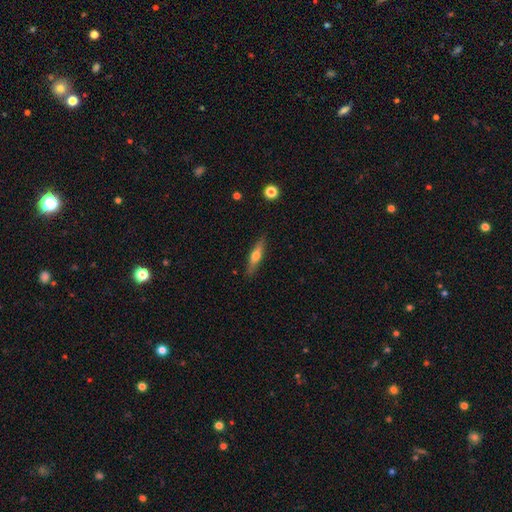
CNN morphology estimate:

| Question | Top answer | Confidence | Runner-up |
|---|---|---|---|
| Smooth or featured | featured or disk | 49% | smooth (45%) |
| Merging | none | 87% | minor disturbance (9%) |